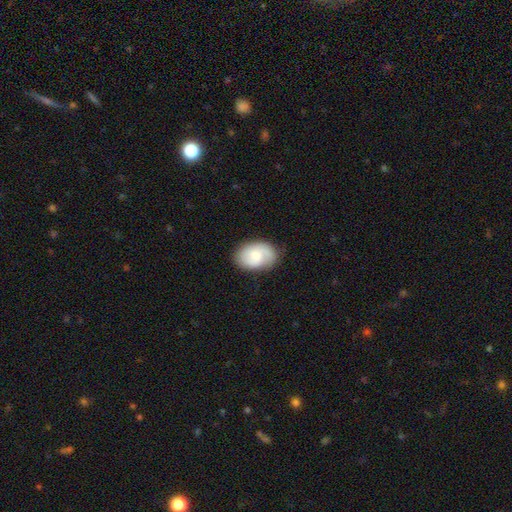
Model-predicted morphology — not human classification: Smooth or featured? Predicted: smooth (p=0.59). How rounded? Predicted: in between (p=0.80). Merging? Predicted: none (p=0.77).